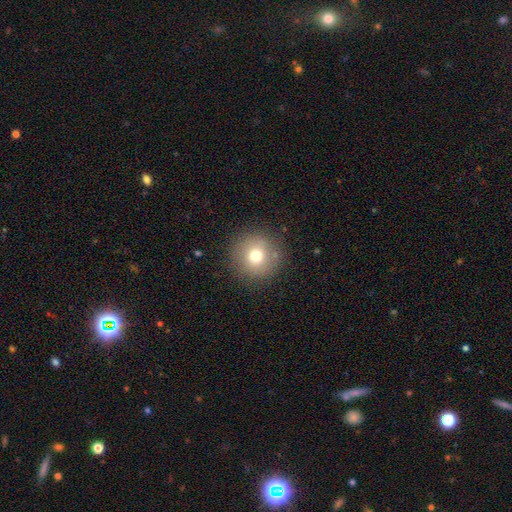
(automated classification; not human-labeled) The model was most divided on "smooth or featured": smooth: 72%, featured or disk: 15%, star or artifact: 13%. More confident: how rounded — round (95%); merging — none (87%).